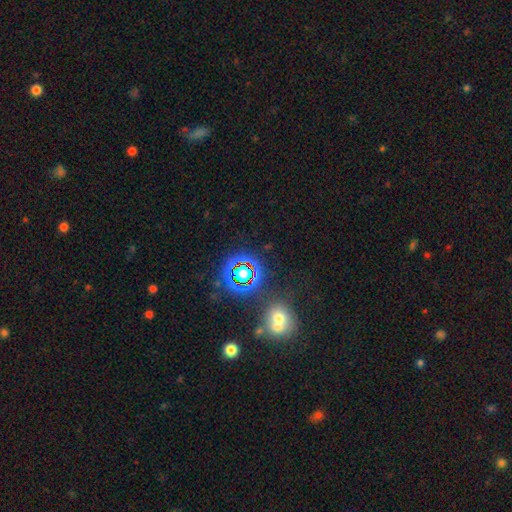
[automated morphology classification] smooth-or-featured: star or artifact: 58% | smooth: 30% | featured or disk: 12%